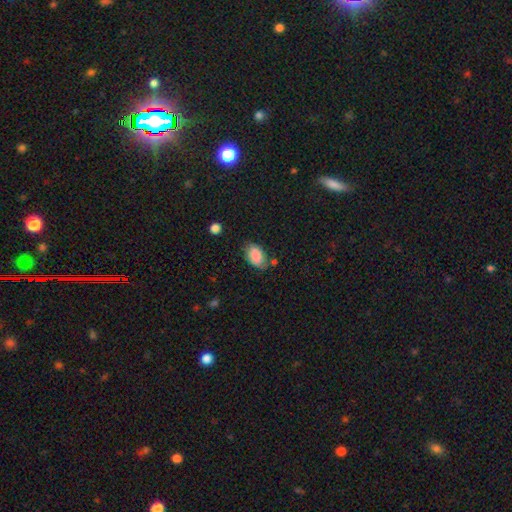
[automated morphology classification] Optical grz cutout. It shows a smooth galaxy with no disk features (86%) that is in between round and cigar-shaped (92%). Merging: none (69%).